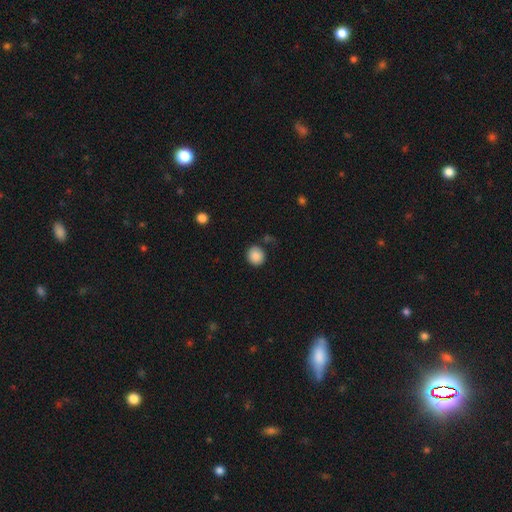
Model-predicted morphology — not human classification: Smooth or featured?
  - smooth: 88% *
  - star or artifact: 8%
  - featured or disk: 3%
How rounded?
  - round: 84% *
  - in between: 15%
  - cigar-shaped: 1%
Merging?
  - none: 81% *
  - minor disturbance: 11%
  - merger: 4%
  - major disturbance: 4%